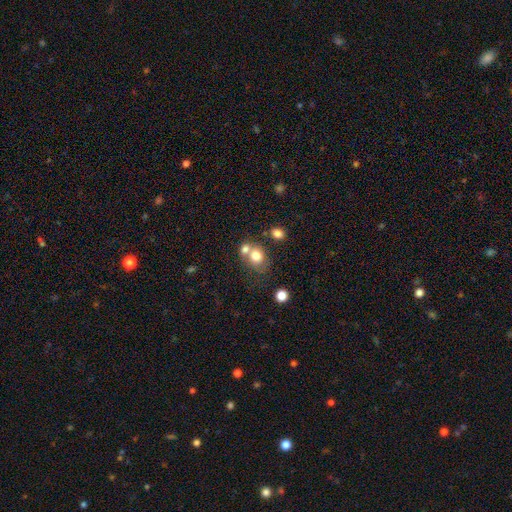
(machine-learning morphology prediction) Smooth or featured: smooth — 76% (featured or disk — 13%)
How rounded: round — 66% (in between — 33%)
Merging: merger — 45% (none — 41%)